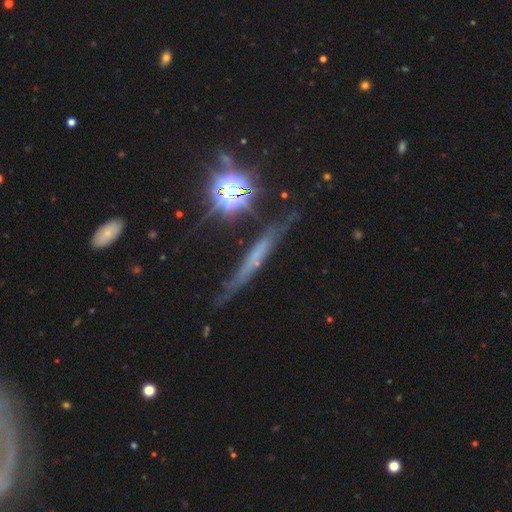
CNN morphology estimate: Overall: featured or disk (52%; smooth 27%). Edge-on disk: yes (85%). Merging: none (70%).